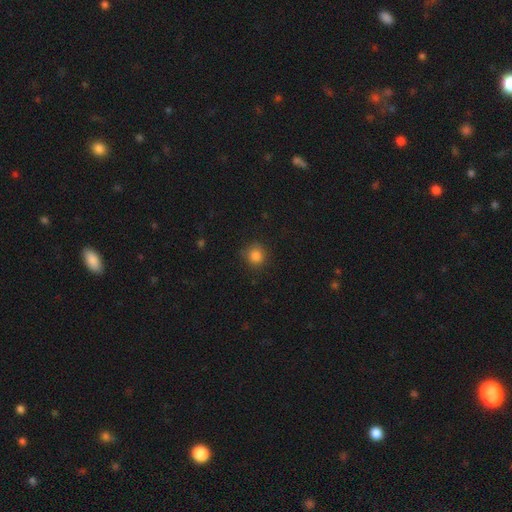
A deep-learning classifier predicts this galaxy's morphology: smooth-or-featured: smooth: 84% | star or artifact: 12% | featured or disk: 4%
  how-rounded: round: 91% | in between: 8% | cigar-shaped: 1%
  merging: none: 86% | minor disturbance: 10% | major disturbance: 3% | merger: 1%